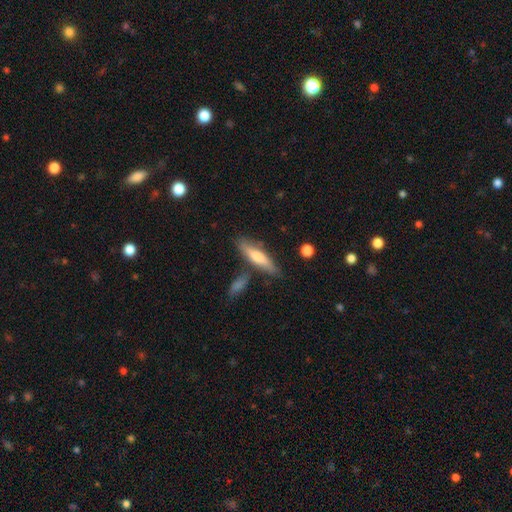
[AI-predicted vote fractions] Smooth or featured? Predicted: smooth (p=0.54). How rounded? Predicted: cigar-shaped (p=0.74). Merging? Predicted: none (p=0.74).